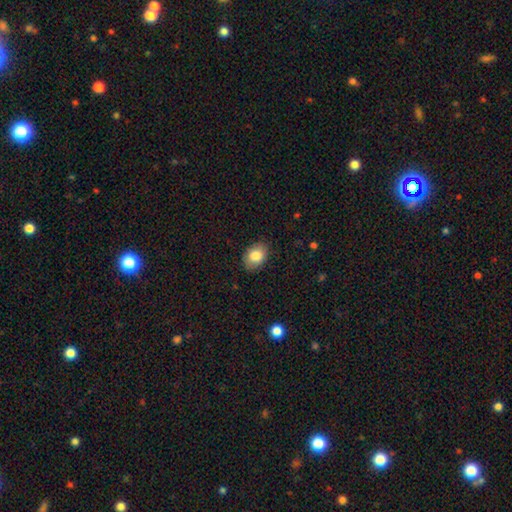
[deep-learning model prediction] Smooth or featured? smooth (84%)
How rounded? in between (76%)
Merging? none (86%)